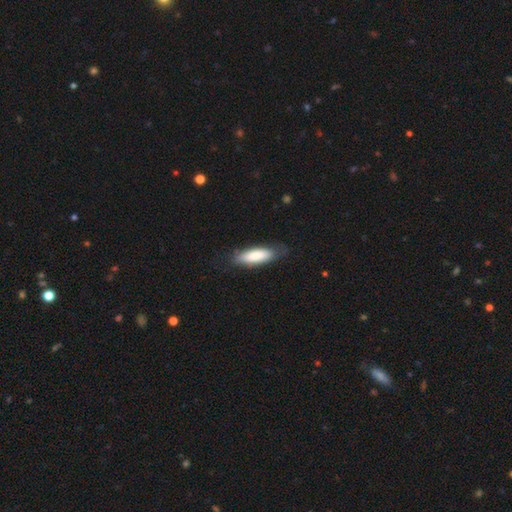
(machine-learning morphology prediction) smooth 81%, featured or disk 13%, star or artifact 5%. Down the decision tree: how rounded — in between (53%); merging — none (76%).